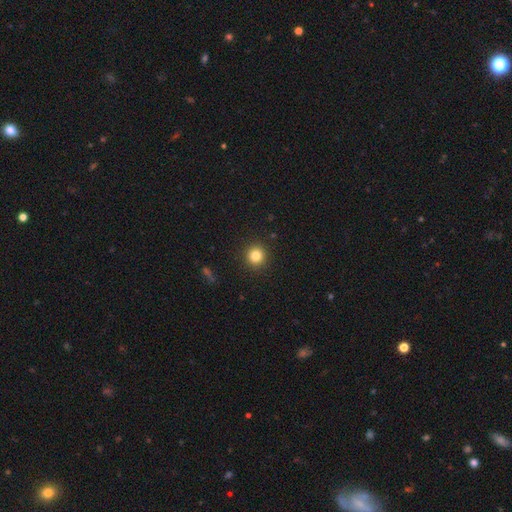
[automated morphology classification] Smooth or featured? Predicted: smooth (p=0.83). How rounded? Predicted: round (p=0.94). Merging? Predicted: none (p=0.92).